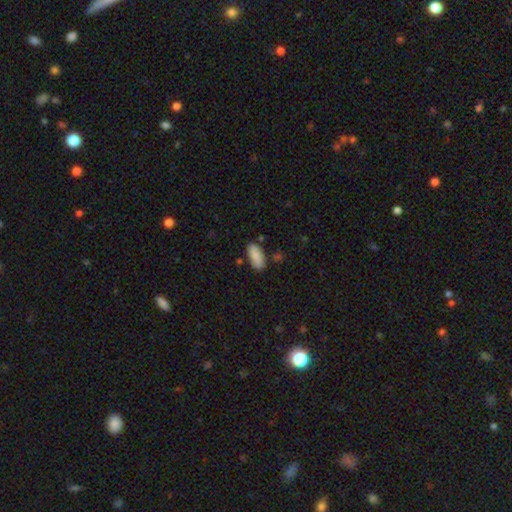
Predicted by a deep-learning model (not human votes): Smooth or featured? Predicted: smooth (p=0.87). How rounded? Predicted: in between (p=0.88). Merging? Predicted: none (p=0.77).